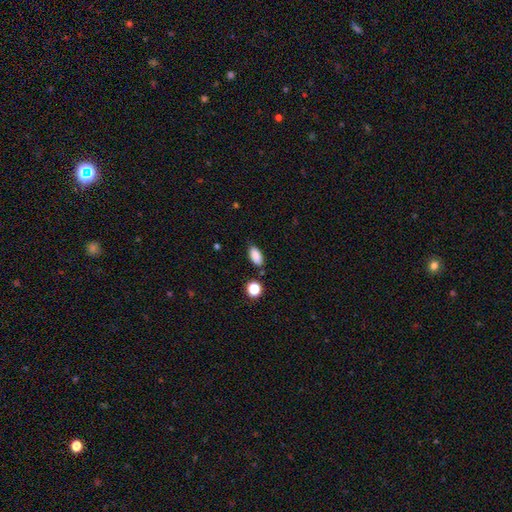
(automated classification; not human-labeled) smooth-or-featured: smooth: 86% | star or artifact: 9% | featured or disk: 5%
  how-rounded: in between: 90% | cigar-shaped: 5% | round: 5%
  merging: none: 82% | minor disturbance: 12% | merger: 3% | major disturbance: 3%